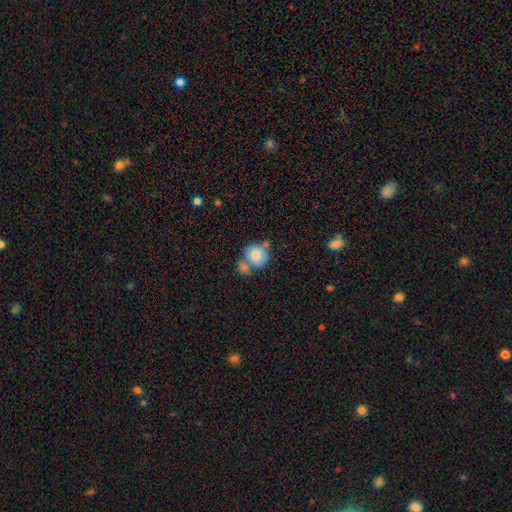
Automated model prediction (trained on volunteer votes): Q: Smooth or featured?
A: smooth (77%); runner-up: featured or disk (15%)
Q: How rounded?
A: round (86%); runner-up: in between (13%)
Q: Merging?
A: none (44%); runner-up: merger (38%)